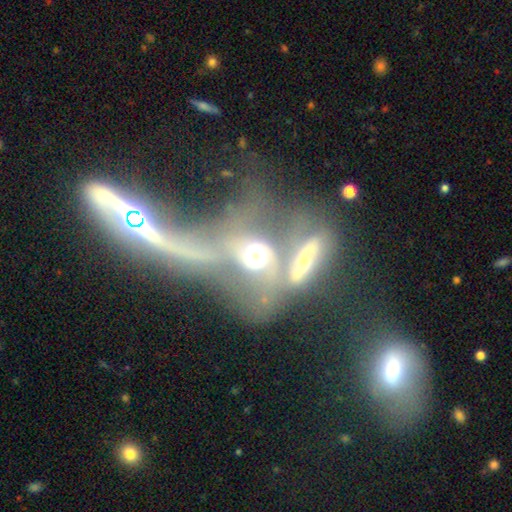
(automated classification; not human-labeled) Smooth or featured?
  - featured or disk: 60% *
  - smooth: 28%
  - star or artifact: 11%
Edge-on disk?
  - no: 87% *
  - yes: 13%
Bar?
  - no: 58% *
  - weak: 25%
  - strong: 17%
Spiral arms?
  - yes: 61% *
  - no: 39%
Bulge size?
  - moderate: 46% *
  - large: 32%
  - small: 9%
  - dominant: 9%
  - none: 4%
Merging?
  - merger: 76% *
  - major disturbance: 11%
  - none: 8%
  - minor disturbance: 5%